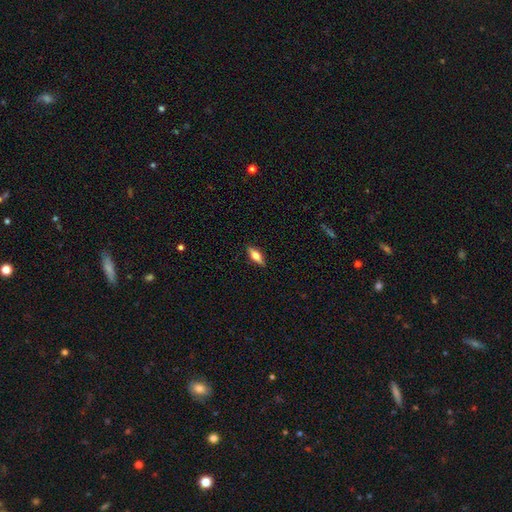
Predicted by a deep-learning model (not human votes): smooth_or_featured: smooth (p=0.54) [alt: featured or disk p=0.39]
how_rounded: in between (p=0.63) [alt: cigar-shaped p=0.34]
merging: none (p=0.89) [alt: minor disturbance p=0.08]